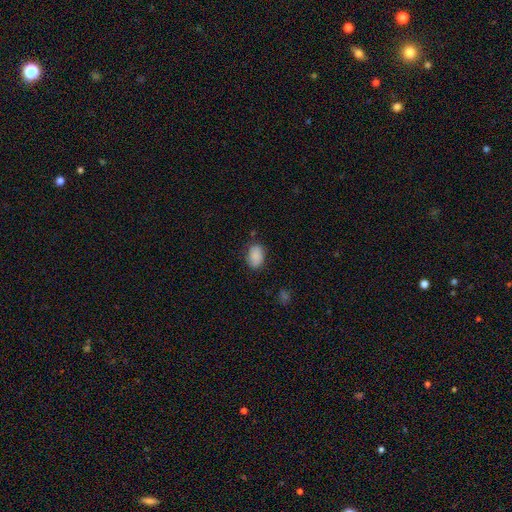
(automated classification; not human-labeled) Morphology: type=smooth (87%); roundness=in between (82%); merging=none (78%).